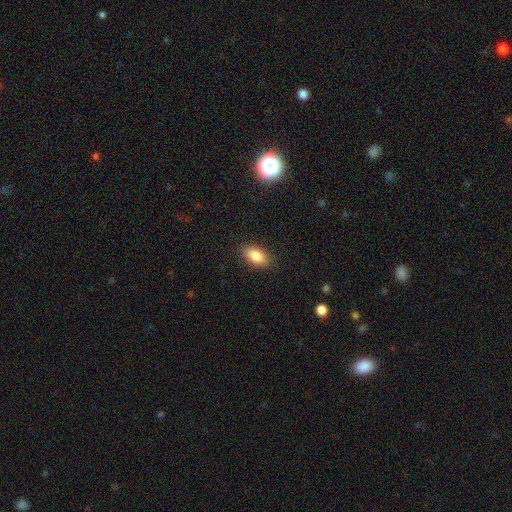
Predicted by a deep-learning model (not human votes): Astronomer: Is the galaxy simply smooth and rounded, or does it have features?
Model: smooth — 85%.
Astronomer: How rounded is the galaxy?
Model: in between — 91%.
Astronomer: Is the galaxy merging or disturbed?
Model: none — 87%.